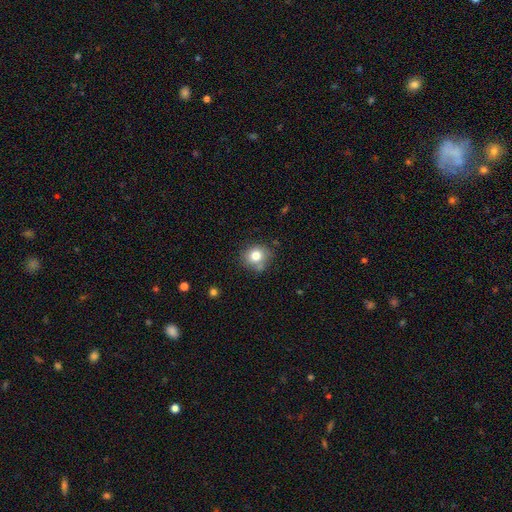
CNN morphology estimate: smooth_or_featured: smooth (p=0.79) [alt: star or artifact p=0.11]
how_rounded: round (p=0.81) [alt: in between p=0.18]
merging: none (p=0.73) [alt: minor disturbance p=0.18]